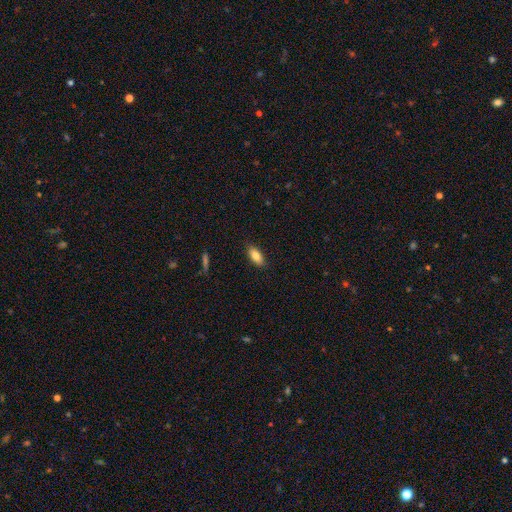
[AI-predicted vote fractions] Smooth or featured: smooth — 84% (featured or disk — 9%)
How rounded: in between — 88% (cigar-shaped — 10%)
Merging: none — 87% (minor disturbance — 10%)